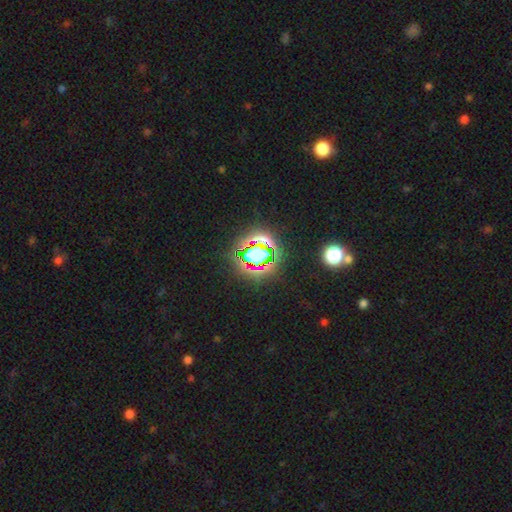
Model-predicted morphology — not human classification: This is likely a star or artifact rather than a galaxy (71%).